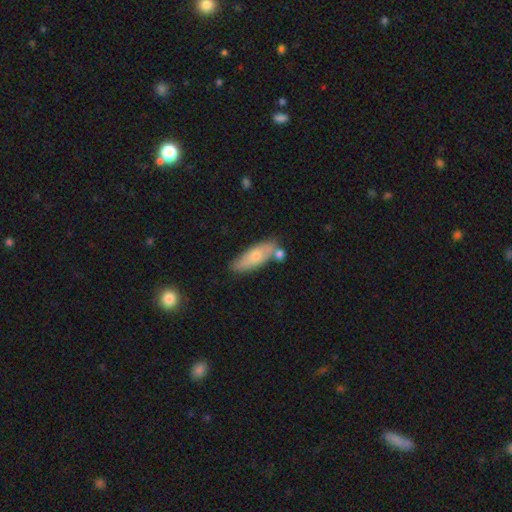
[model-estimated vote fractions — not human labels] Q: Smooth or featured?
A: smooth (62%); runner-up: featured or disk (32%)
Q: How rounded?
A: in between (58%); runner-up: cigar-shaped (39%)
Q: Merging?
A: none (68%); runner-up: minor disturbance (16%)